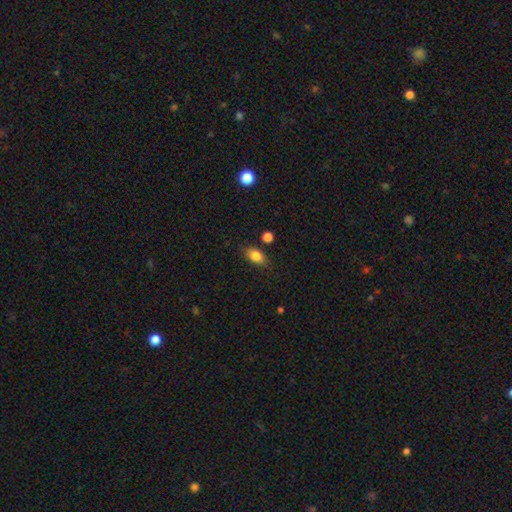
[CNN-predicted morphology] type=smooth (83%); roundness=in between (85%); merging=none (79%).